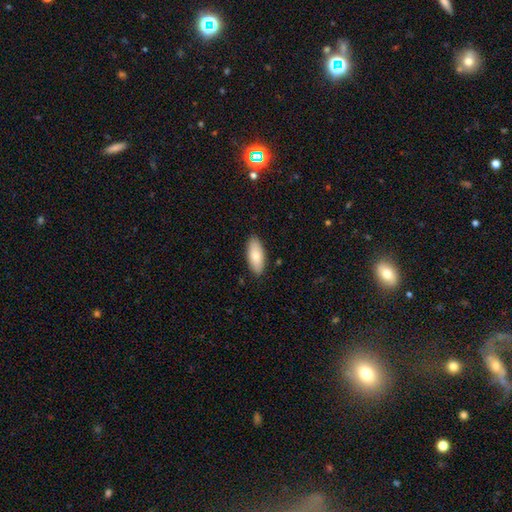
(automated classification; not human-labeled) Smooth or featured: smooth — 80% (featured or disk — 14%)
How rounded: in between — 84% (cigar-shaped — 14%)
Merging: none — 88% (minor disturbance — 9%)